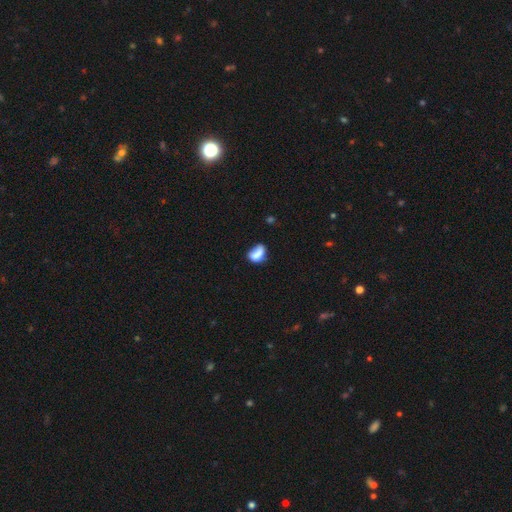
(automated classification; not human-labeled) smooth 73%, featured or disk 17%, star or artifact 10%. Down the decision tree: how rounded — in between (80%); merging — none (36%).